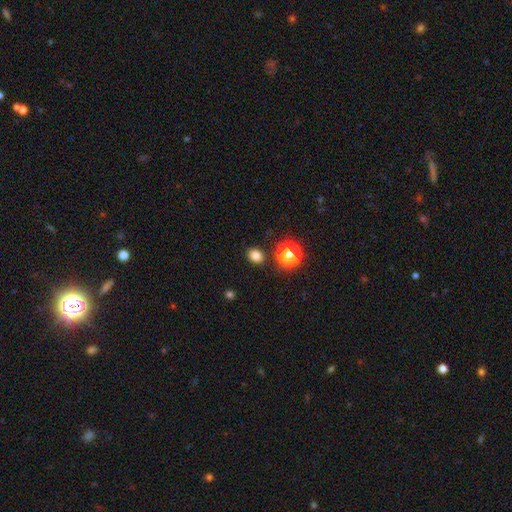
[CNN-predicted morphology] Smooth or featured: smooth — 80% (star or artifact — 15%)
How rounded: round — 57% (in between — 42%)
Merging: none — 87% (minor disturbance — 8%)